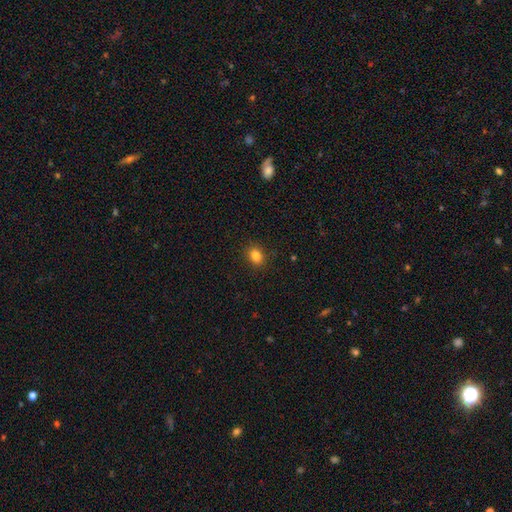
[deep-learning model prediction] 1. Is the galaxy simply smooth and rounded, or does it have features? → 84% smooth, 11% star or artifact, 5% featured or disk.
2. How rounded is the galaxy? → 60% in between, 39% round, 1% cigar-shaped.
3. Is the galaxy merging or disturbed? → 89% none, 8% minor disturbance, 2% major disturbance, 1% merger.